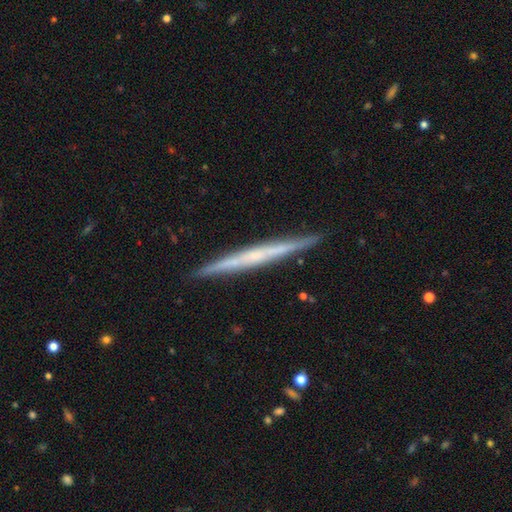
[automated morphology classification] Smooth or featured? Predicted: featured or disk (p=0.64). Edge-on disk? Predicted: yes (p=0.98). Edge-on bulge? Predicted: none (p=0.76). Merging? Predicted: none (p=0.91).